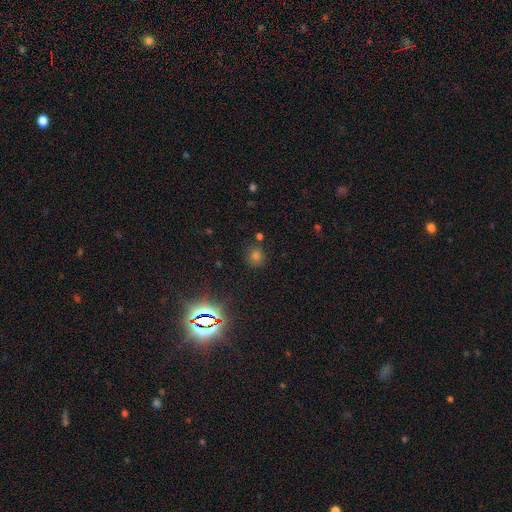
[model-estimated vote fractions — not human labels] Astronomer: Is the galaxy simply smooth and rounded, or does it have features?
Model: smooth — 61%.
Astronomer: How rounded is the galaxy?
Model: round — 84%.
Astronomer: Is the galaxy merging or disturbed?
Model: none — 82%.